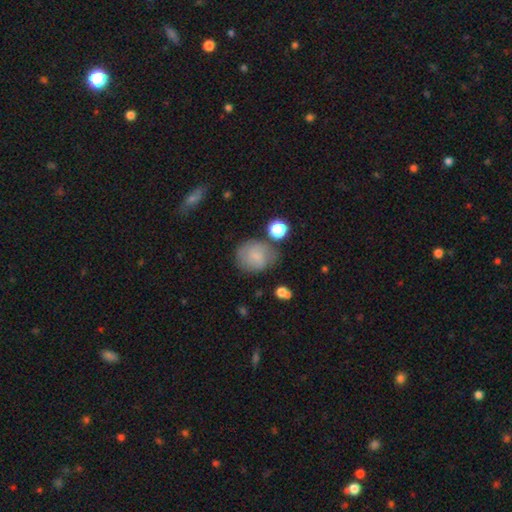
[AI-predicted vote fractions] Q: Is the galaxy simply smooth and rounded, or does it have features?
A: smooth — 73%.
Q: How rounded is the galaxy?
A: round — 72%.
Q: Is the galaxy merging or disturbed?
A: none — 61%.